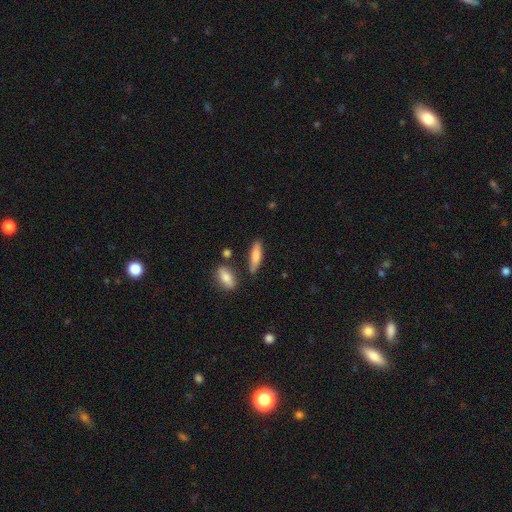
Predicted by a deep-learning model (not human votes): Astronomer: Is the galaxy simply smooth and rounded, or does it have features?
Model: smooth — 76%.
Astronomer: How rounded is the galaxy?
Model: cigar-shaped — 60% (runner-up: in between, 38%).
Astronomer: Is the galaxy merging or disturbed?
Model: none — 75%.